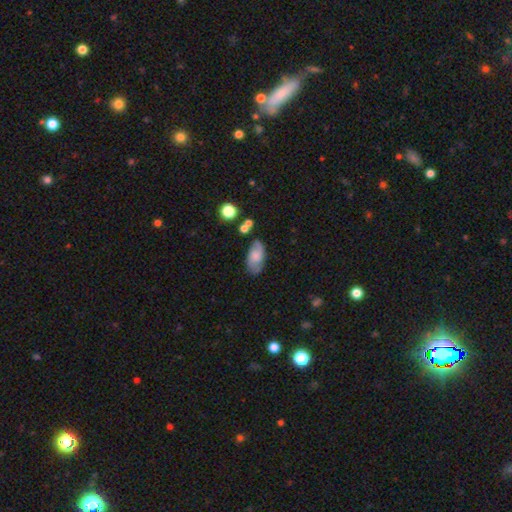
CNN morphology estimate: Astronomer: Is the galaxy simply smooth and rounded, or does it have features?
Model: smooth — 64%.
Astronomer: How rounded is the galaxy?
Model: in between — 92%.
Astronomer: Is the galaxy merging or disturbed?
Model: none — 67%.